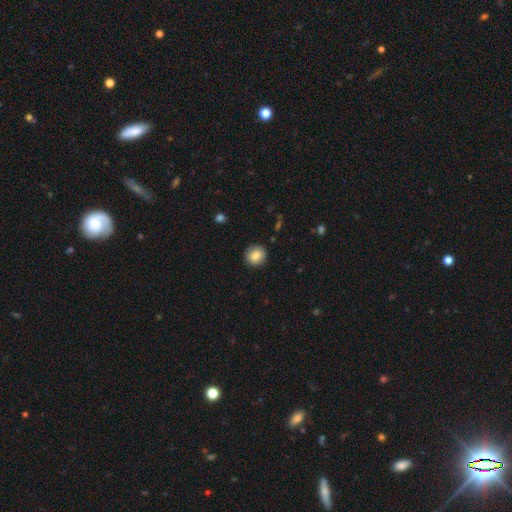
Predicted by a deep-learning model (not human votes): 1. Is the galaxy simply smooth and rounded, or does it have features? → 84% smooth, 9% star or artifact, 8% featured or disk.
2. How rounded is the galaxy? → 90% round, 9% in between, 1% cigar-shaped.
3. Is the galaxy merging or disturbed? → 91% none, 6% minor disturbance, 2% major disturbance, 1% merger.